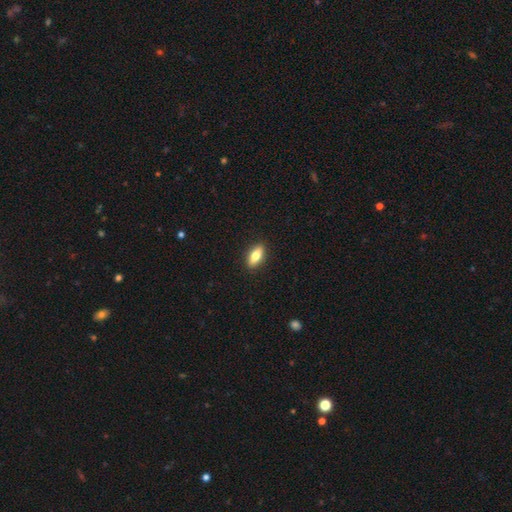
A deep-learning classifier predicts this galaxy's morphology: Smooth or featured?
  - smooth: 71% *
  - featured or disk: 22%
  - star or artifact: 7%
How rounded?
  - in between: 75% *
  - cigar-shaped: 21%
  - round: 4%
Merging?
  - none: 90% *
  - minor disturbance: 7%
  - major disturbance: 2%
  - merger: 1%